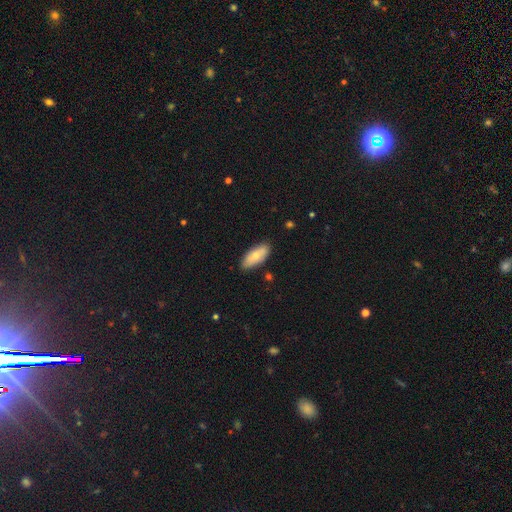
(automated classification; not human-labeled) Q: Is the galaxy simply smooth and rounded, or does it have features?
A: smooth — 71%.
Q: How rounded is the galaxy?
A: in between — 85%.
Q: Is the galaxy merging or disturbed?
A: none — 84%.